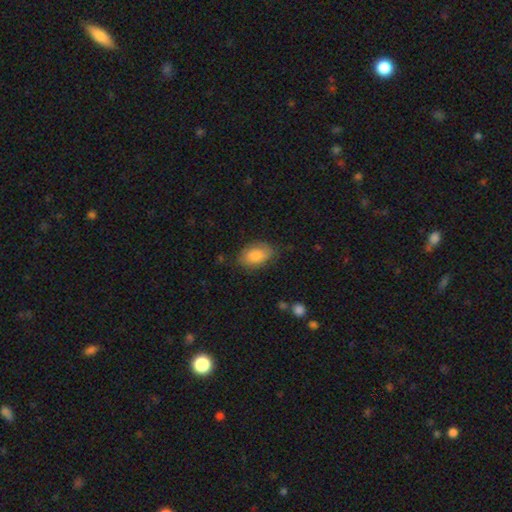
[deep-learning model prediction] The model was most divided on "merging": none: 70%, minor disturbance: 22%, major disturbance: 6%, merger: 2%. More confident: how rounded — in between (89%); smooth or featured — smooth (83%).